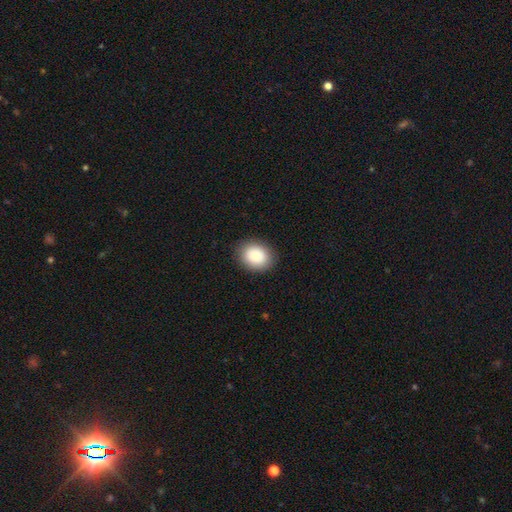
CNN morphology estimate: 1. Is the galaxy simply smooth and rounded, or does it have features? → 88% smooth, 7% star or artifact, 5% featured or disk.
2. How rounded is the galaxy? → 54% in between, 46% round, 1% cigar-shaped.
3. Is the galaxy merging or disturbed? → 87% none, 9% minor disturbance, 3% major disturbance, 1% merger.